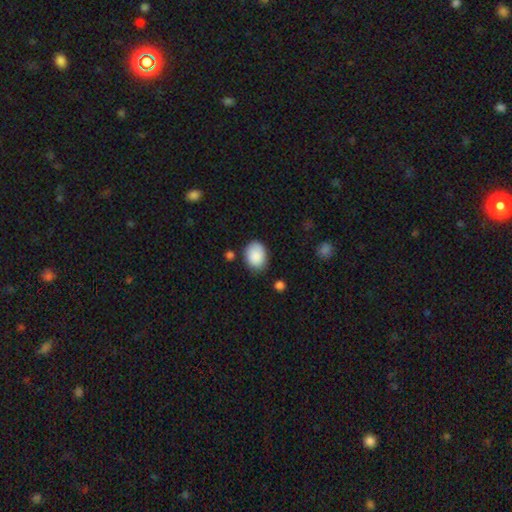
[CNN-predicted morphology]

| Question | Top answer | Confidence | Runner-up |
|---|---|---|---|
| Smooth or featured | smooth | 89% | star or artifact (7%) |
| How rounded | in between | 65% | round (34%) |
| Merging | none | 75% | minor disturbance (18%) |